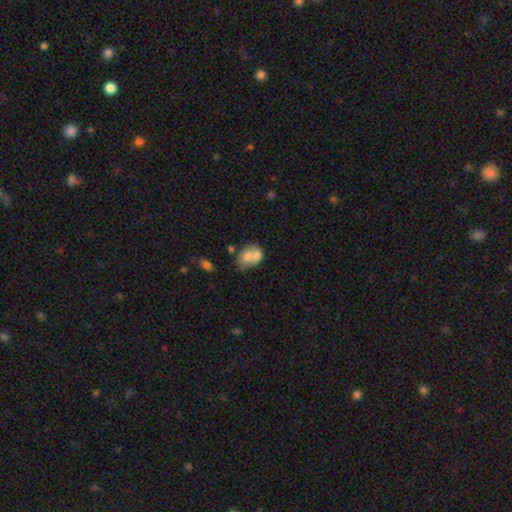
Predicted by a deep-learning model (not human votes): Smooth or featured? Predicted: smooth (p=0.64). How rounded? Predicted: in between (p=0.65). Merging? Predicted: merger (p=0.61).